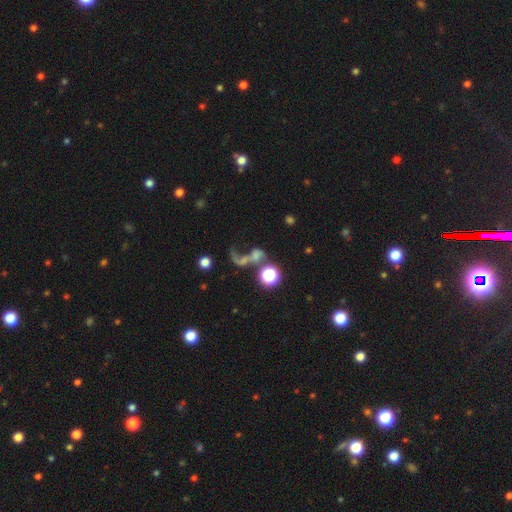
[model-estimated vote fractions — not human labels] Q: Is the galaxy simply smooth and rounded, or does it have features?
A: featured or disk — 39%.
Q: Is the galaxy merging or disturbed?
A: merger — 40%.